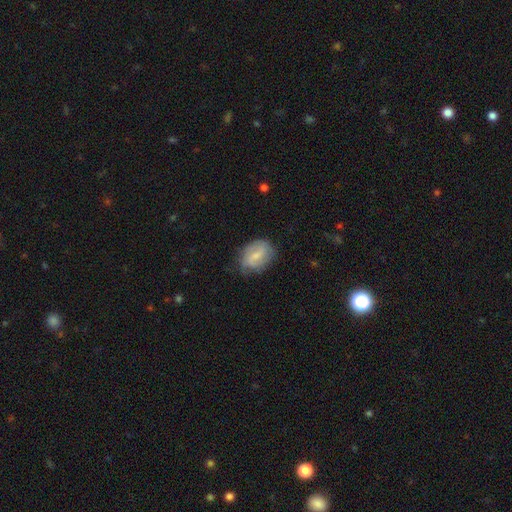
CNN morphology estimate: Smooth or featured? smooth (53%)
How rounded? in between (75%)
Merging? none (67%)